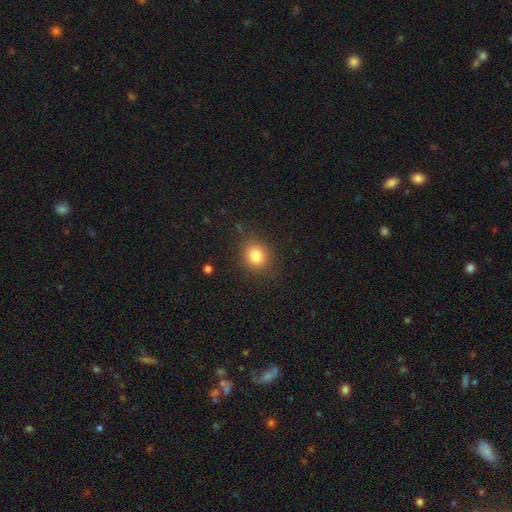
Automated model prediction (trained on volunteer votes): Morphology: type=smooth (81%); roundness=round (74%); merging=none (84%).